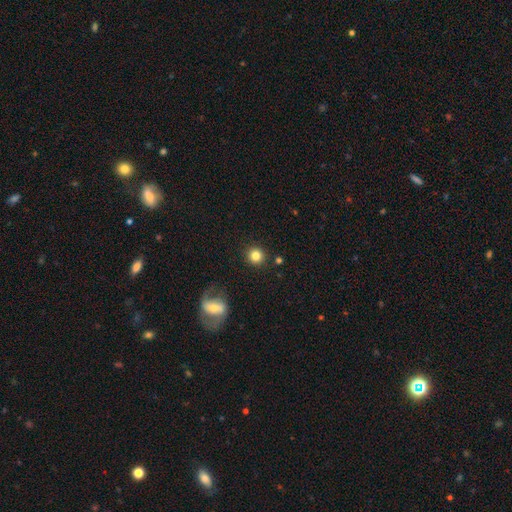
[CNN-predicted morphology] smooth_or_featured: smooth (p=0.81) [alt: star or artifact p=0.11]
how_rounded: round (p=0.94) [alt: in between p=0.05]
merging: none (p=0.89) [alt: minor disturbance p=0.06]